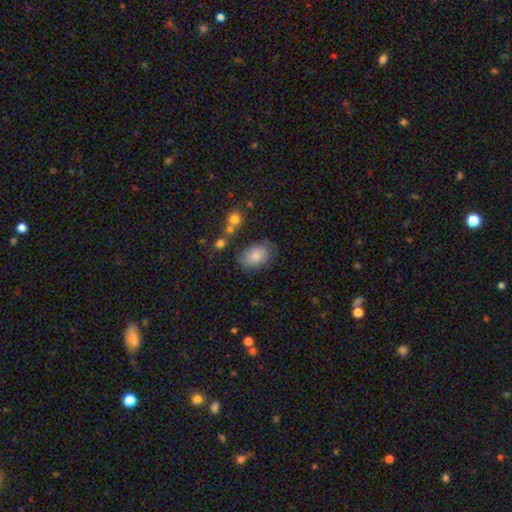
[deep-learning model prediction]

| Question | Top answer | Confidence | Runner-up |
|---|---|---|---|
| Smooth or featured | smooth | 76% | featured or disk (16%) |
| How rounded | in between | 78% | round (21%) |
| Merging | none | 62% | minor disturbance (25%) |